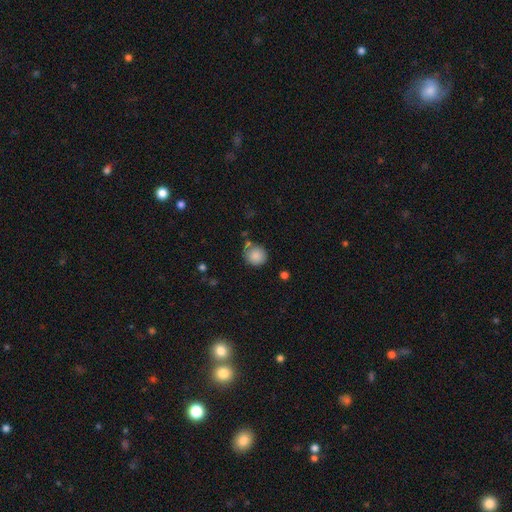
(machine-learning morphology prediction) Q: Smooth or featured?
A: smooth (86%); runner-up: star or artifact (8%)
Q: How rounded?
A: round (88%); runner-up: in between (11%)
Q: Merging?
A: none (69%); runner-up: minor disturbance (16%)